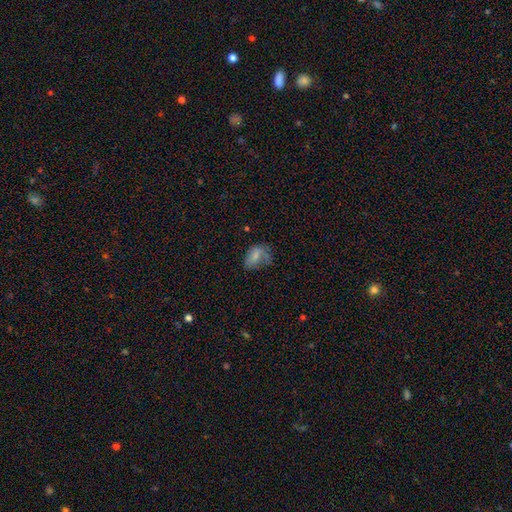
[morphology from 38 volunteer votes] This is likely a smooth galaxy (61%). How rounded: clearly in between (87%). Merging: marginally minor disturbance (43%).